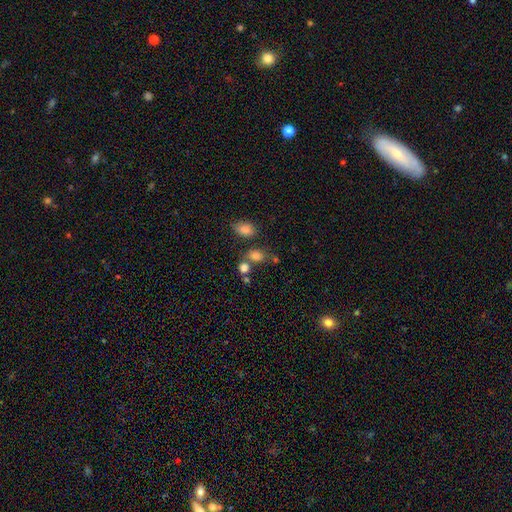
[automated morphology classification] Smooth or featured: smooth — 79% (star or artifact — 13%)
How rounded: in between — 63% (round — 36%)
Merging: none — 55% (merger — 26%)